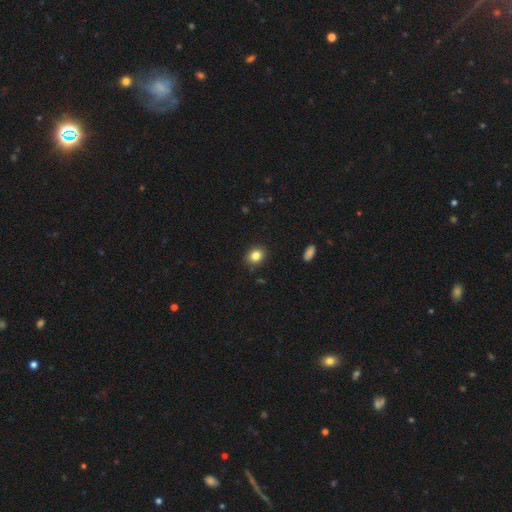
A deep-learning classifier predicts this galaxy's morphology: A smooth galaxy with no disk features (84%) that is round (63%).

Vote fractions:
- Smooth or featured? smooth: 84% / star or artifact: 10% / featured or disk: 6%
- How rounded? round: 63% / in between: 36% / cigar-shaped: 1%
- Merging? none: 87% / minor disturbance: 9% / major disturbance: 2% / merger: 1%